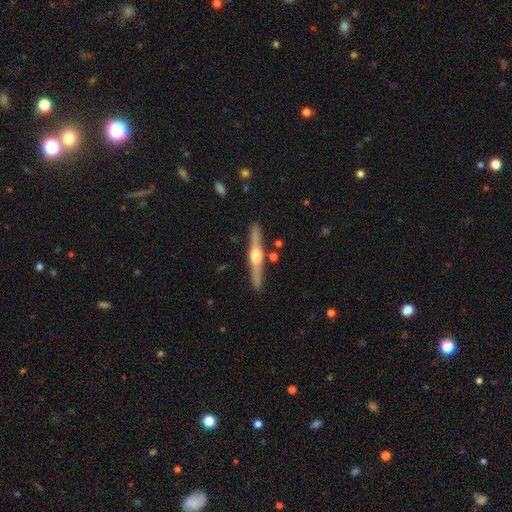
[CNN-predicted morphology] smooth_or_featured: featured or disk (p=0.78) [alt: smooth p=0.16]
disk_edge_on: yes (p=0.98) [alt: no p=0.02]
edge_on_bulge: rounded (p=0.95) [alt: boxy p=0.03]
merging: none (p=0.88) [alt: minor disturbance p=0.08]